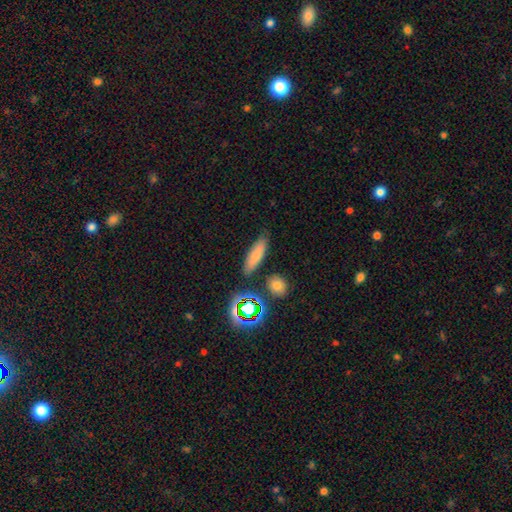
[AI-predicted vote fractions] A smooth galaxy with no disk features (74%) that is cigar-shaped (53%). Merging: none (80%).